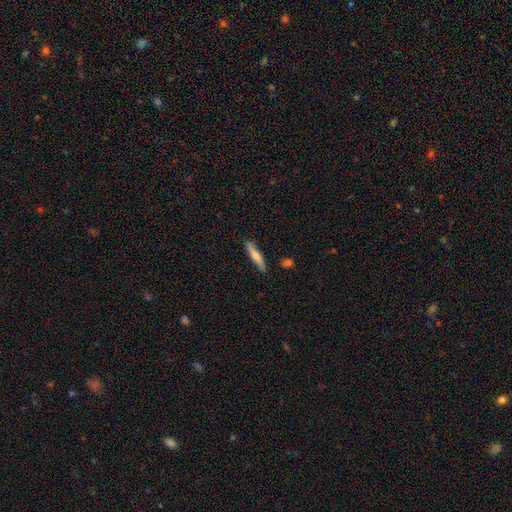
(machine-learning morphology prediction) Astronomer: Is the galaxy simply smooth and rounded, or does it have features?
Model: smooth — 65%.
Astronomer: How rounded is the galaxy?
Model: cigar-shaped — 89%.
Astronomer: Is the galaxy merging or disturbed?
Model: none — 84%.